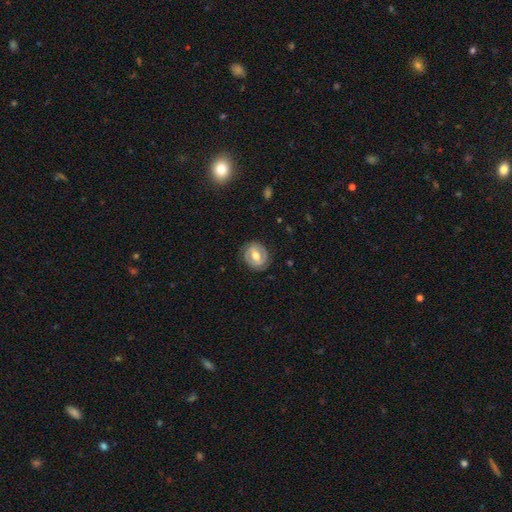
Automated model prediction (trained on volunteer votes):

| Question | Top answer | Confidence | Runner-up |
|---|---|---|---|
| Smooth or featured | featured or disk | 59% | smooth (35%) |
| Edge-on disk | no | 95% | yes (5%) |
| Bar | weak | 41% | strong (32%) |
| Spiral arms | yes | 53% | no (47%) |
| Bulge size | moderate | 73% | large (15%) |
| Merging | none | 81% | minor disturbance (13%) |